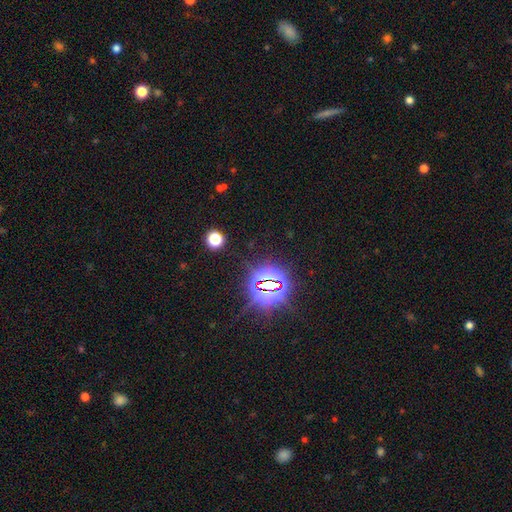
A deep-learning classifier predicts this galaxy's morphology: A star or artifact, not a galaxy (81%).

Vote fractions:
- Smooth or featured? star or artifact: 81% / smooth: 12% / featured or disk: 7%